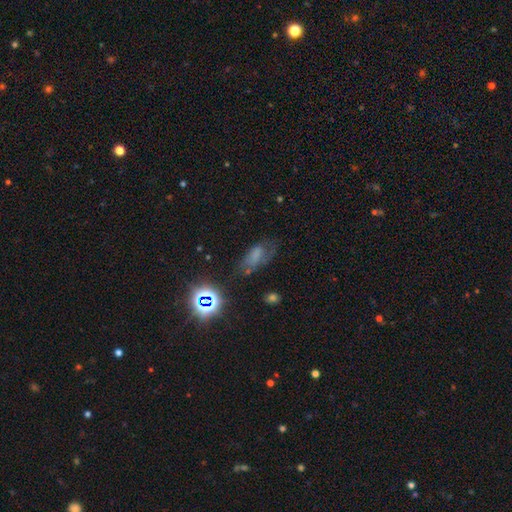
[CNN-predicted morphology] Smooth or featured? Predicted: smooth (p=0.49). Merging? Predicted: none (p=0.44).